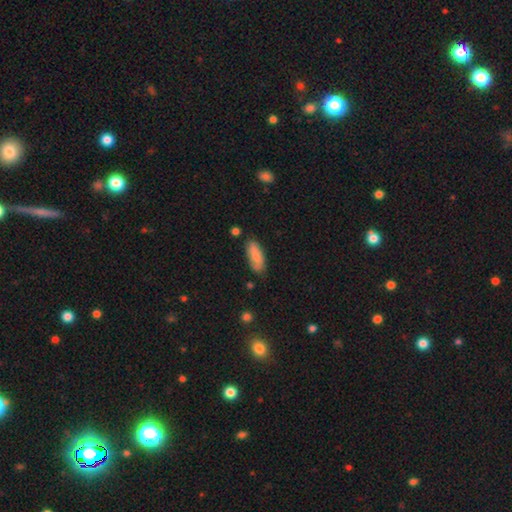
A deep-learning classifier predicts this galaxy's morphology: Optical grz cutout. It shows a smooth galaxy with no disk features (80%) that is in between round and cigar-shaped (74%). Merging: none (78%).